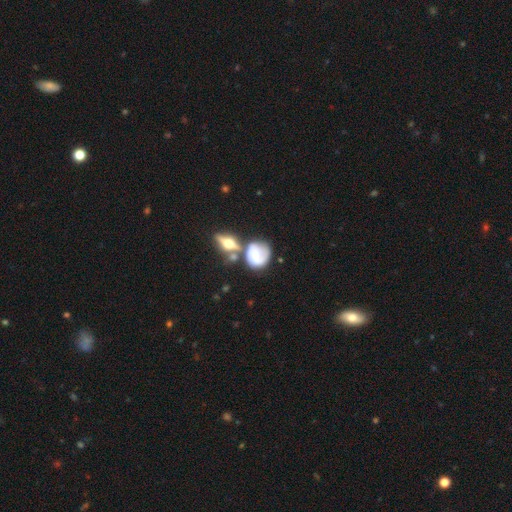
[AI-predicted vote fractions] Smooth or featured: featured or disk — 57% (smooth — 35%)
Edge-on disk: no — 91% (yes — 9%)
Bar: no — 55% (weak — 31%)
Spiral arms: yes — 63% (no — 37%)
Bulge size: small — 36% (moderate — 33%)
Merging: none — 38% (merger — 34%)